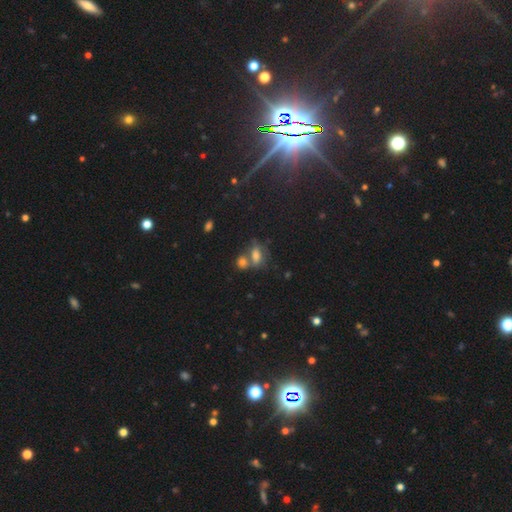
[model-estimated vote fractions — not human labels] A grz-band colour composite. It shows a smooth galaxy with no disk features (64%) that is in between round and cigar-shaped (79%). Merging: merger (41%).